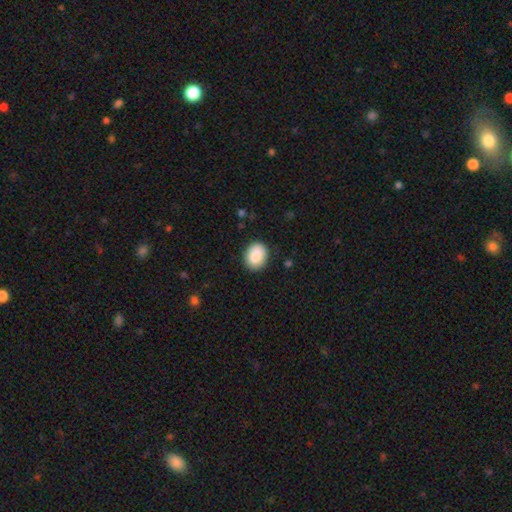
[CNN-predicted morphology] Smooth or featured?
  - smooth: 86% *
  - star or artifact: 7%
  - featured or disk: 7%
How rounded?
  - in between: 53% *
  - round: 46%
  - cigar-shaped: 1%
Merging?
  - none: 84% *
  - minor disturbance: 12%
  - major disturbance: 2%
  - merger: 1%